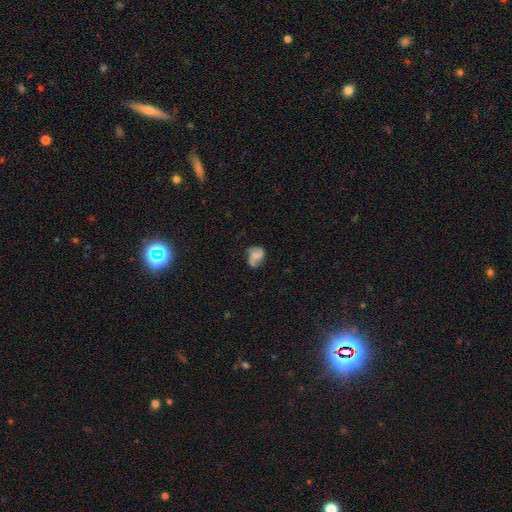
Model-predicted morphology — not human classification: Q: Smooth or featured?
A: featured or disk (63%); runner-up: smooth (28%)
Q: Edge-on disk?
A: no (98%); runner-up: yes (2%)
Q: Bar?
A: no (55%); runner-up: weak (36%)
Q: Spiral arms?
A: yes (92%); runner-up: no (8%)
Q: Spiral winding?
A: medium (46%); runner-up: loose (33%)
Q: Spiral arm count?
A: 2 (83%); runner-up: can't tell (7%)
Q: Bulge size?
A: none (44%); runner-up: small (30%)
Q: Merging?
A: none (63%); runner-up: minor disturbance (23%)